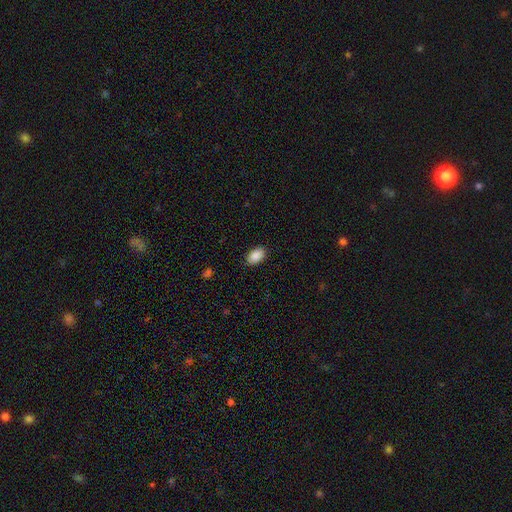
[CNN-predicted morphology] Smooth or featured: smooth — 89% (star or artifact — 7%)
How rounded: in between — 92% (round — 6%)
Merging: none — 88% (minor disturbance — 9%)